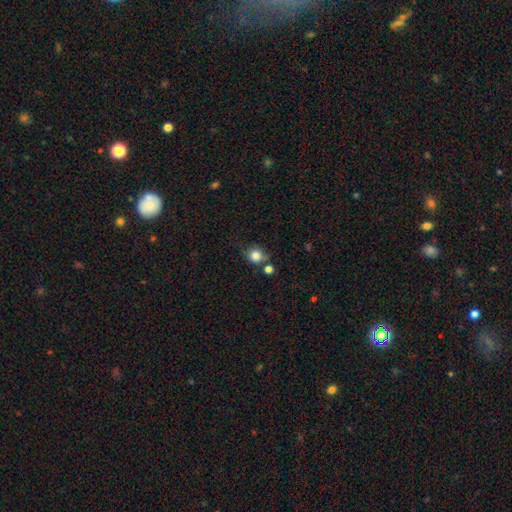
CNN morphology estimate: Smooth or featured? Predicted: smooth (p=0.82). How rounded? Predicted: round (p=0.82). Merging? Predicted: none (p=0.63).